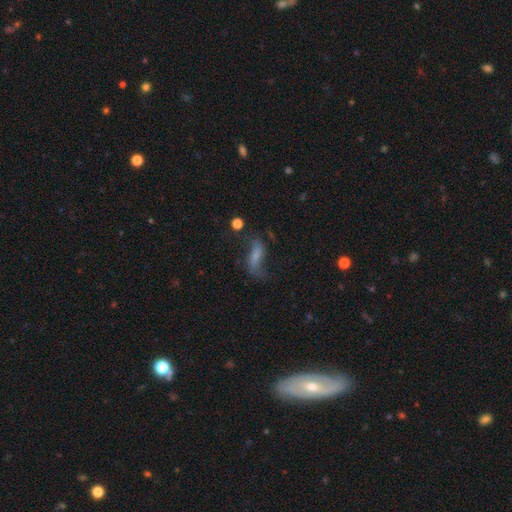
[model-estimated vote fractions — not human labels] A featured or disk galaxy (46%).

Vote fractions:
- Smooth or featured? featured or disk: 46% / smooth: 41% / star or artifact: 14%
- Merging? none: 48% / major disturbance: 24% / minor disturbance: 23% / merger: 5%